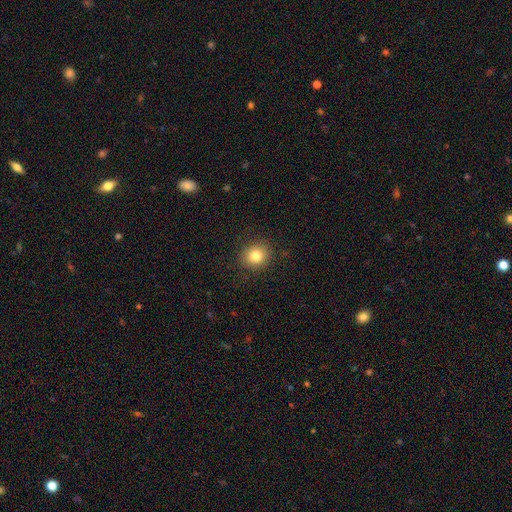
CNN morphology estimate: smooth-or-featured: smooth: 81% | star or artifact: 11% | featured or disk: 8%
  how-rounded: round: 81% | in between: 18% | cigar-shaped: 1%
  merging: none: 90% | minor disturbance: 7% | major disturbance: 2% | merger: 1%